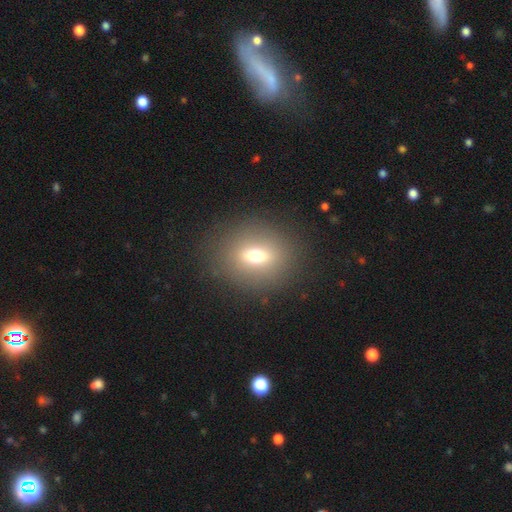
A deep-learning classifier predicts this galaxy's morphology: The model was most divided on "how rounded": round: 56%, in between: 41%, cigar-shaped: 3%. More confident: merging — none (86%); smooth or featured — smooth (61%).